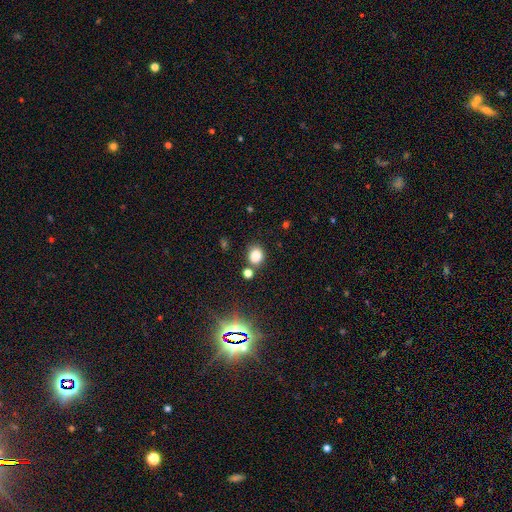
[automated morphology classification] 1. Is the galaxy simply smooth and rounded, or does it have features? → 80% smooth, 15% star or artifact, 5% featured or disk.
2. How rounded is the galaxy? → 66% round, 33% in between, 1% cigar-shaped.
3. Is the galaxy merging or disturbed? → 74% none, 11% minor disturbance, 11% merger, 4% major disturbance.